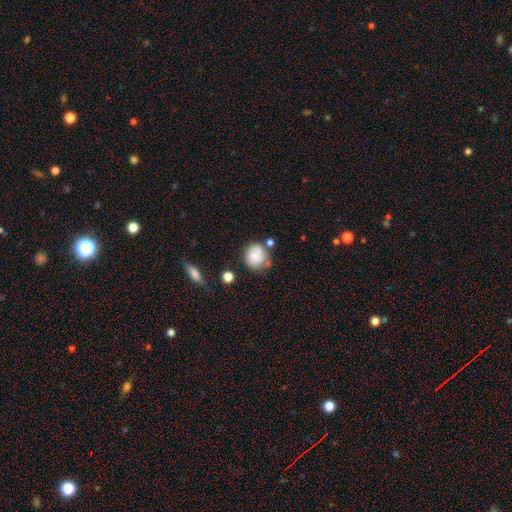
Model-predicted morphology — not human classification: smooth_or_featured: smooth (p=0.73) [alt: featured or disk p=0.18]
how_rounded: round (p=0.80) [alt: in between p=0.19]
merging: none (p=0.55) [alt: minor disturbance p=0.23]